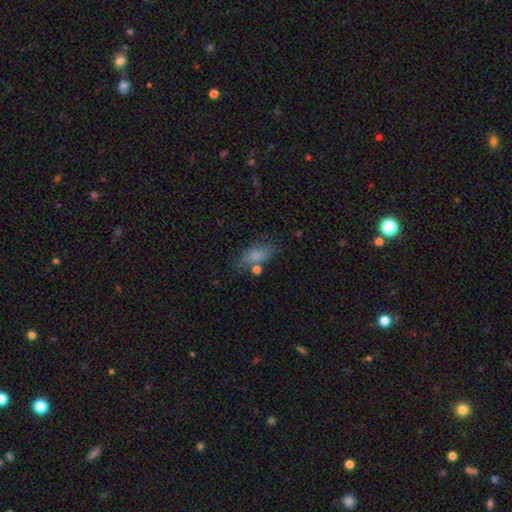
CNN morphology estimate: Smooth or featured: smooth — 76% (featured or disk — 14%)
How rounded: in between — 82% (cigar-shaped — 13%)
Merging: none — 58% (minor disturbance — 21%)